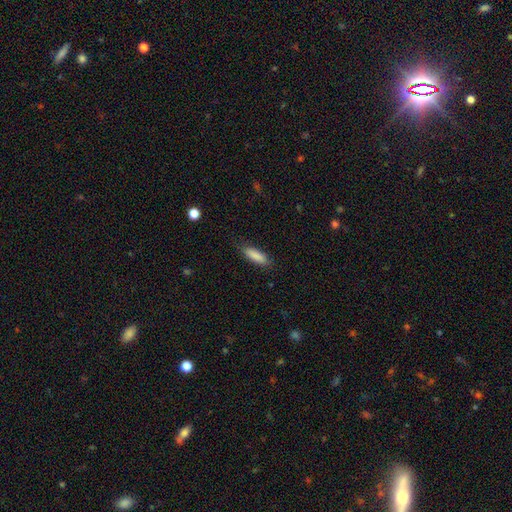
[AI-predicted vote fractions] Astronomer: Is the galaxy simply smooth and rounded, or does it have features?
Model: smooth — 88%.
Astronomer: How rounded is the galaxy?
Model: cigar-shaped — 50% (runner-up: in between, 48%).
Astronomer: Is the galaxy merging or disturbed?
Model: none — 84%.